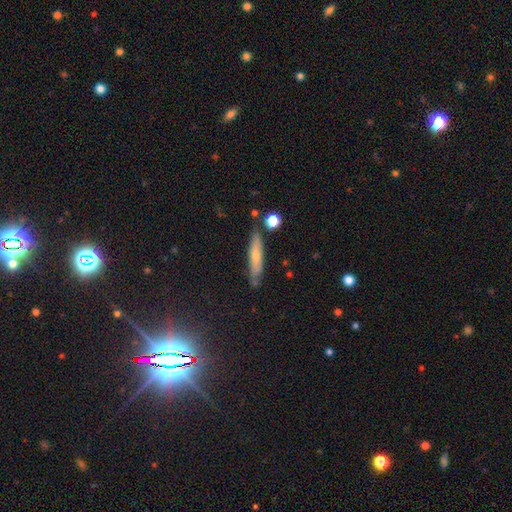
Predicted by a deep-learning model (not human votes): Overall: smooth (59%; featured or disk 33%). How rounded: cigar-shaped (85%). Merging: none (77%).